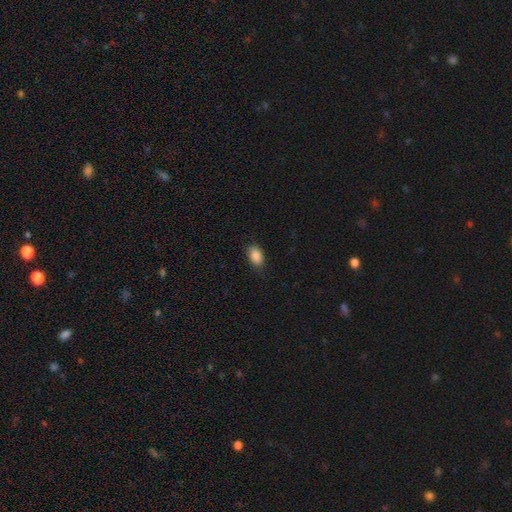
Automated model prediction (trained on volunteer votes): Overall: smooth (89%). How rounded: in between (91%). Merging: none (84%).